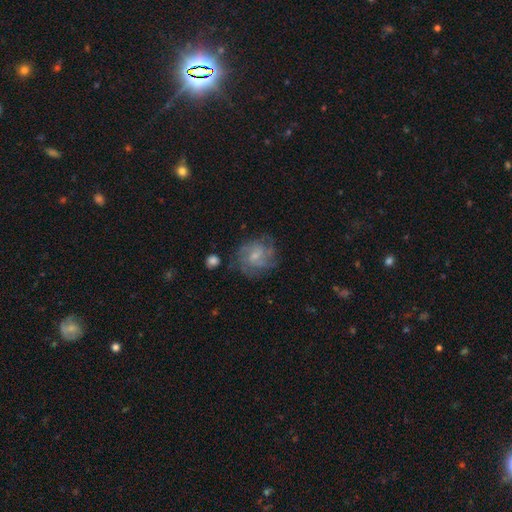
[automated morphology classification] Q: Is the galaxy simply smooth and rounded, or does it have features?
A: featured or disk — 66%.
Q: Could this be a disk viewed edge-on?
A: no — 98%.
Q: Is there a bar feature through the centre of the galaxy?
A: no — 52%.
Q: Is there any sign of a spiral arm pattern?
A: yes — 85%.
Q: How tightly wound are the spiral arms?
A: tight — 46%.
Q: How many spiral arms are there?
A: can't tell — 41%.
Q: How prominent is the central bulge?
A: small — 58%.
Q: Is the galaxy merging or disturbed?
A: none — 67%.